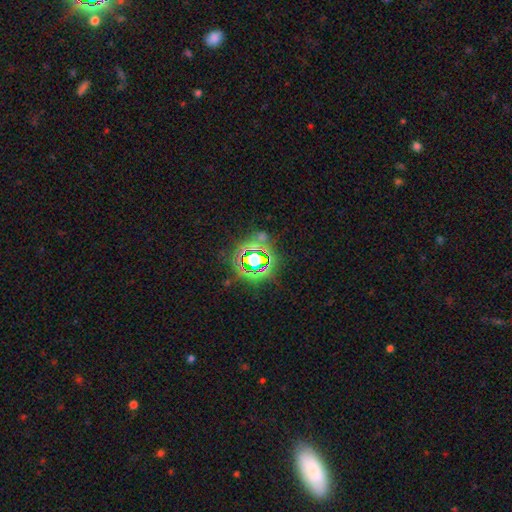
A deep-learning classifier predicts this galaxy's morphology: Q: Smooth or featured?
A: star or artifact (68%); runner-up: smooth (21%)